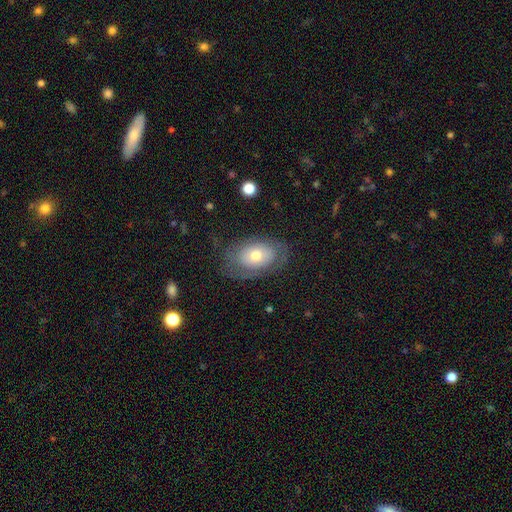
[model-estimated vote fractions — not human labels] Q: Smooth or featured?
A: smooth (51%); runner-up: featured or disk (41%)
Q: How rounded?
A: in between (83%); runner-up: round (16%)
Q: Merging?
A: none (68%); runner-up: minor disturbance (19%)